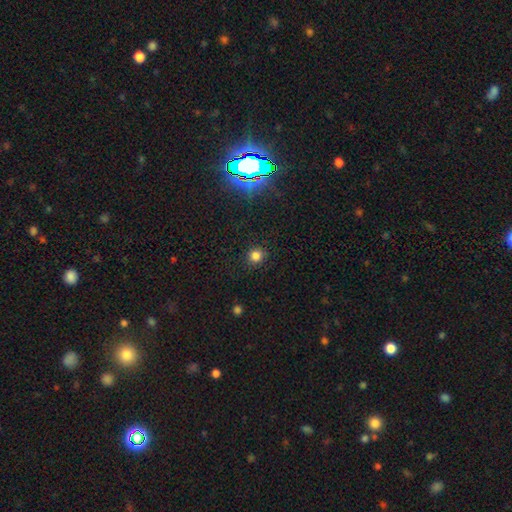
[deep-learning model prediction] Overall: smooth (80%). How rounded: round (89%). Merging: none (89%).